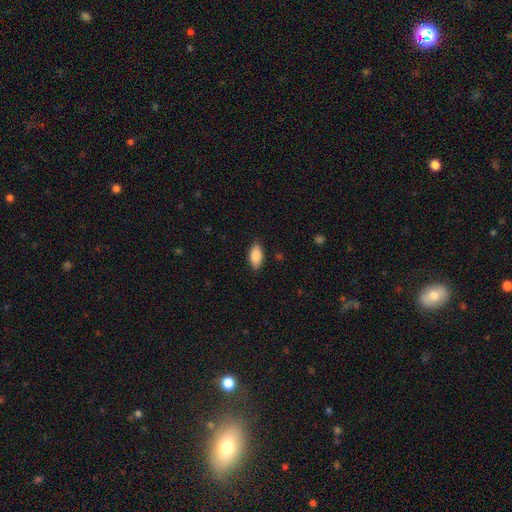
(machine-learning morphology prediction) This is clearly a smooth galaxy (87%). How rounded: clearly in between (90%). Merging: clearly none (86%).